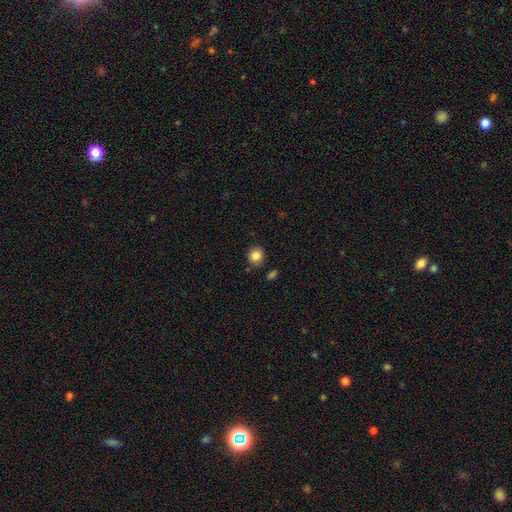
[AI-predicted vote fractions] smooth_or_featured: smooth (p=0.85) [alt: star or artifact p=0.10]
how_rounded: round (p=0.79) [alt: in between p=0.20]
merging: none (p=0.83) [alt: minor disturbance p=0.11]